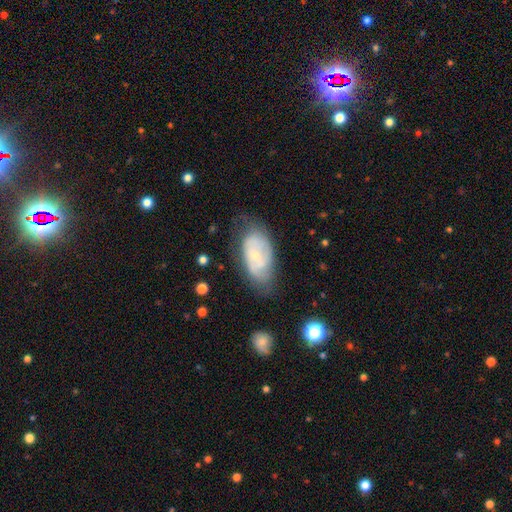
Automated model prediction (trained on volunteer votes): Smooth or featured: featured or disk — 62% (smooth — 31%)
Edge-on disk: no — 94% (yes — 6%)
Bar: no — 70% (weak — 25%)
Spiral arms: yes — 70% (no — 30%)
Bulge size: small — 70% (moderate — 25%)
Merging: none — 56% (minor disturbance — 29%)